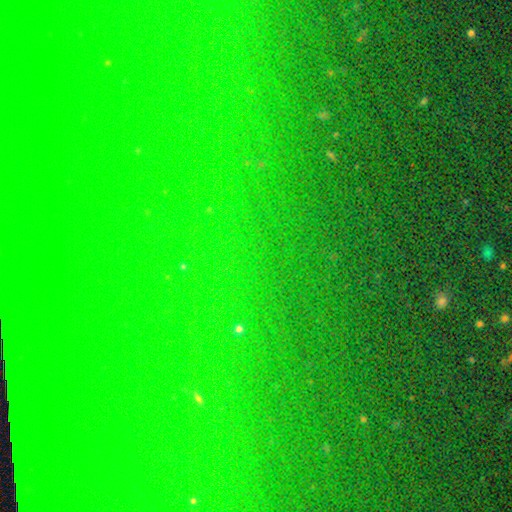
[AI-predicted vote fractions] Smooth or featured: star or artifact — 81% (smooth — 12%)